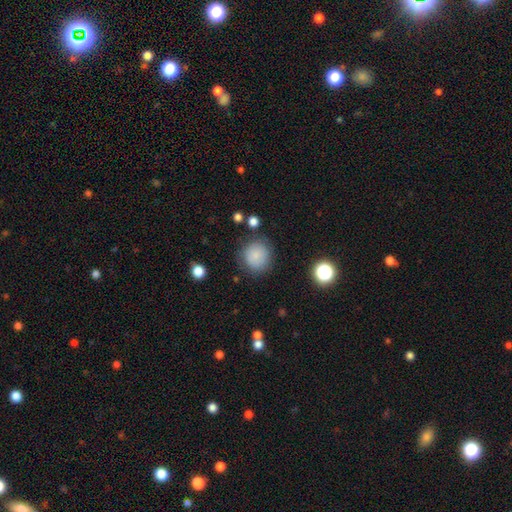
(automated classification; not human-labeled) Smooth or featured?
  - smooth: 83% *
  - star or artifact: 9%
  - featured or disk: 7%
How rounded?
  - round: 88% *
  - in between: 11%
  - cigar-shaped: 1%
Merging?
  - none: 80% *
  - minor disturbance: 13%
  - major disturbance: 5%
  - merger: 2%